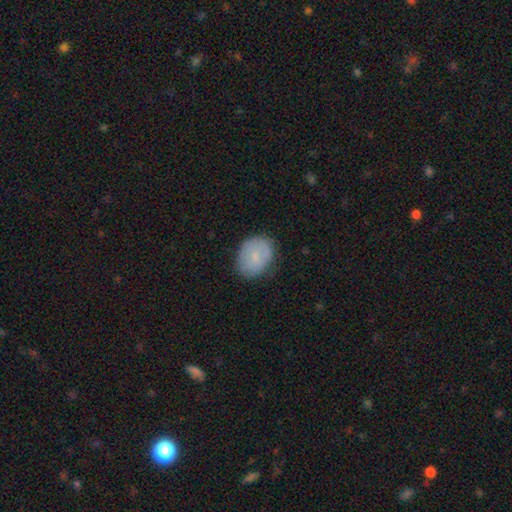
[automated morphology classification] The model was most divided on "how rounded": in between: 62%, round: 37%, cigar-shaped: 1%. More confident: merging — none (75%); smooth or featured — smooth (72%).